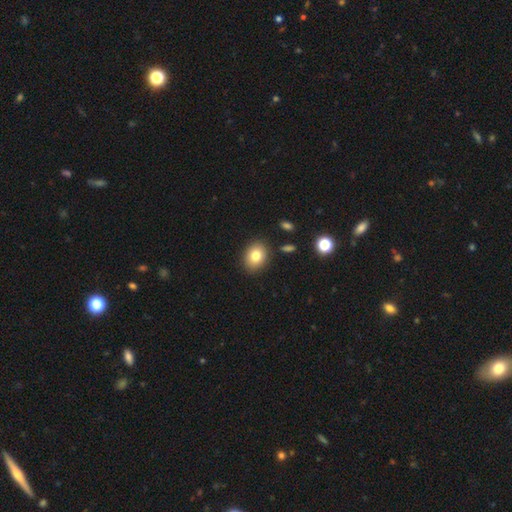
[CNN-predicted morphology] A smooth galaxy with no disk features (80%) that is in between round and cigar-shaped (55%).

Vote fractions:
- Smooth or featured? smooth: 80% / featured or disk: 10% / star or artifact: 10%
- How rounded? in between: 55% / round: 44% / cigar-shaped: 1%
- Merging? none: 87% / minor disturbance: 8% / major disturbance: 2% / merger: 2%